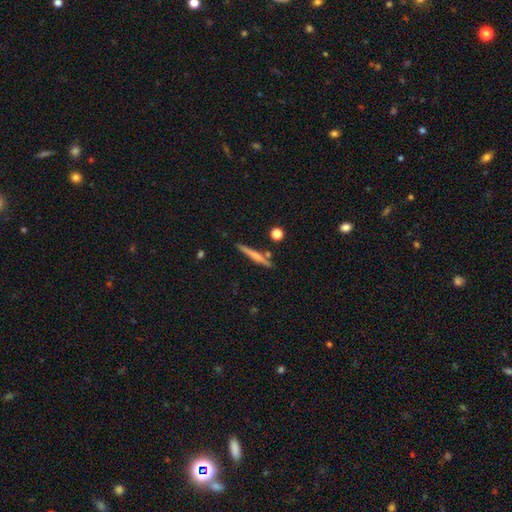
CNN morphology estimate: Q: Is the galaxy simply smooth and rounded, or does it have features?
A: smooth — 49%.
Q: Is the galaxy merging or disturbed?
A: none — 84%.